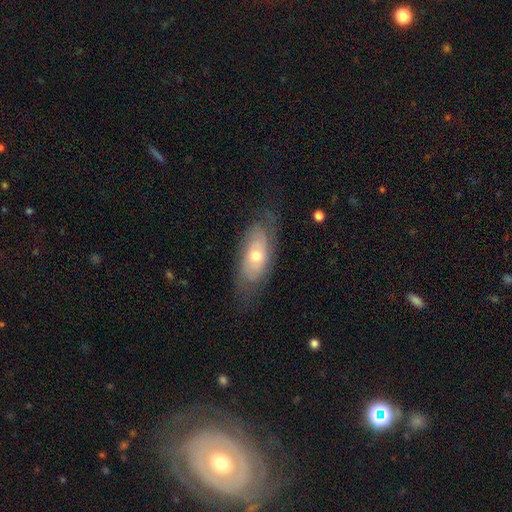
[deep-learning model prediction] A featured or disk galaxy (64%) with no bar (79%), spiral arms (73%) and a moderate central bulge (65%). Merging: none (71%).